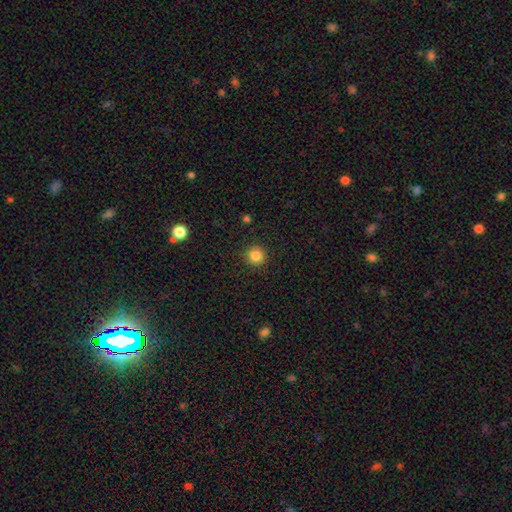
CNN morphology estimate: Q: Smooth or featured?
A: smooth (85%); runner-up: star or artifact (11%)
Q: How rounded?
A: round (95%); runner-up: in between (4%)
Q: Merging?
A: none (91%); runner-up: minor disturbance (5%)